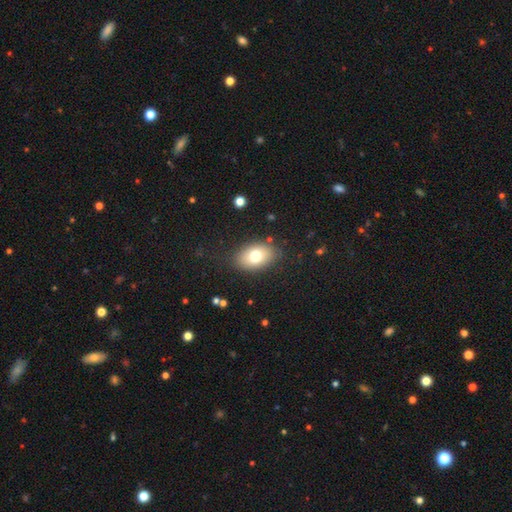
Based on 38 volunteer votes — A smooth galaxy with no disk features (66%) that is in between round and cigar-shaped (100%).

Vote fractions:
- Smooth or featured? smooth: 66% / featured or disk: 26% / star or artifact: 8%
- How rounded? in between: 100% / round: 0% / cigar-shaped: 0%
- Merging? none: 86% / minor disturbance: 11% / major disturbance: 3% / merger: 0%